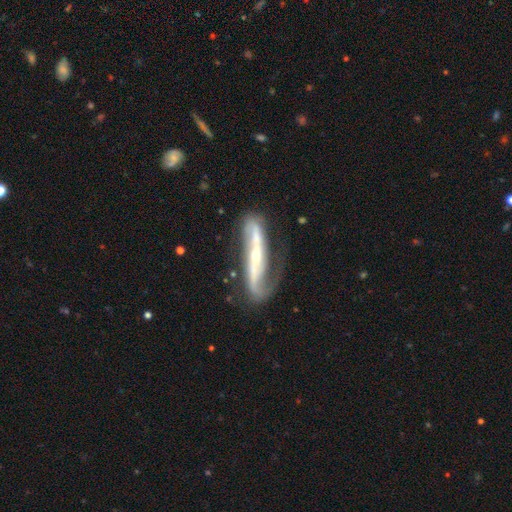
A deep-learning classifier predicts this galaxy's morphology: smooth-or-featured: featured or disk: 85% | smooth: 10% | star or artifact: 5%
  disk-edge-on: no: 76% | yes: 24%
    bar: strong: 57% | no: 24% | weak: 19%
    has-spiral-arms: yes: 93% | no: 7%
      spiral-winding: loose: 48% | medium: 33% | tight: 19%
      spiral-arm-count: 2: 81% | 1: 11% | can't tell: 5% | 3: 1% | 4: 1% | more than 4: 1%
    bulge-size: small: 61% | moderate: 34% | large: 2% | none: 2% | dominant: 1%
  merging: none: 61% | minor disturbance: 21% | major disturbance: 16% | merger: 3%